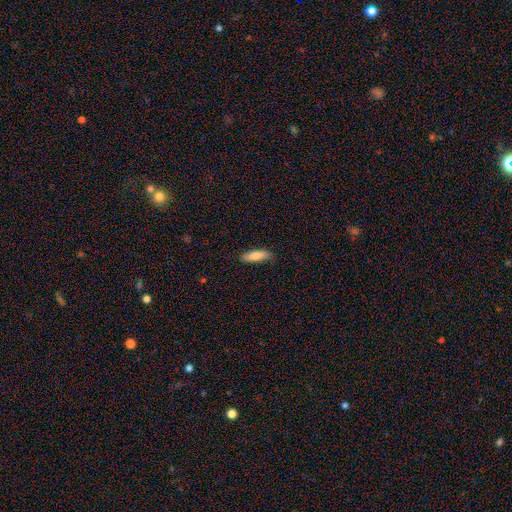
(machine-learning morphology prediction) A smooth galaxy with no disk features (81%) that is cigar-shaped (50%).

Vote fractions:
- Smooth or featured? smooth: 81% / featured or disk: 13% / star or artifact: 6%
- How rounded? cigar-shaped: 50% / in between: 48% / round: 2%
- Merging? none: 84% / minor disturbance: 13% / major disturbance: 2% / merger: 1%